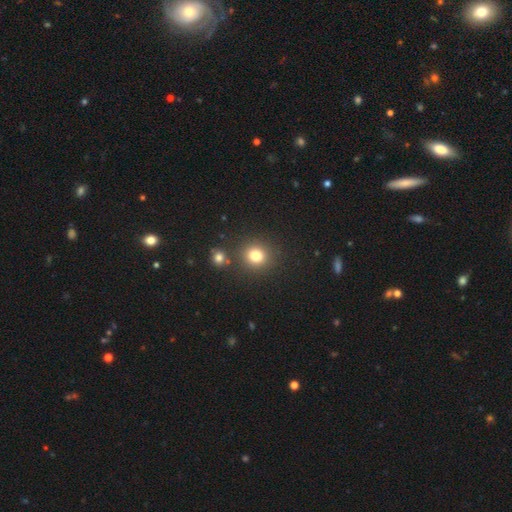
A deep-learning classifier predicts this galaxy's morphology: smooth 79%, star or artifact 14%, featured or disk 6%. Down the decision tree: how rounded — round (86%); merging — none (82%).